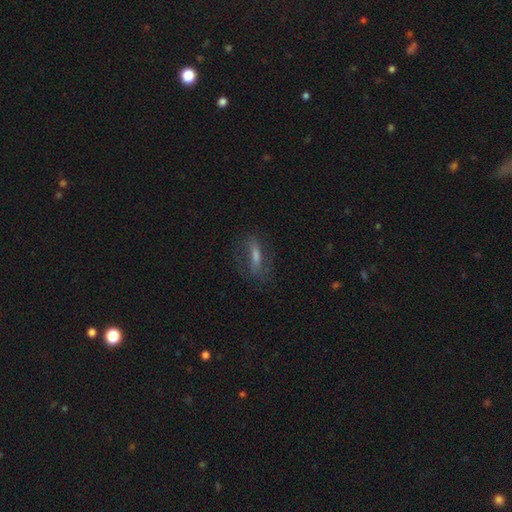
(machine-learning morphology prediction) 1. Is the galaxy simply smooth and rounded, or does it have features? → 51% featured or disk, 36% smooth, 13% star or artifact.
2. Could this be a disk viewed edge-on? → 72% no, 28% yes.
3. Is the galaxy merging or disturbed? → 71% none, 17% minor disturbance, 11% major disturbance, 2% merger.